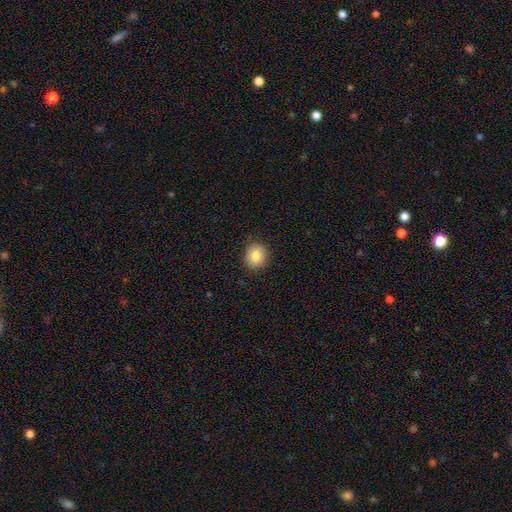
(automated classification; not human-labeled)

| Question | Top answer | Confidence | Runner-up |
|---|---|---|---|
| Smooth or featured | smooth | 84% | star or artifact (9%) |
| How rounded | round | 73% | in between (26%) |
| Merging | none | 89% | minor disturbance (8%) |